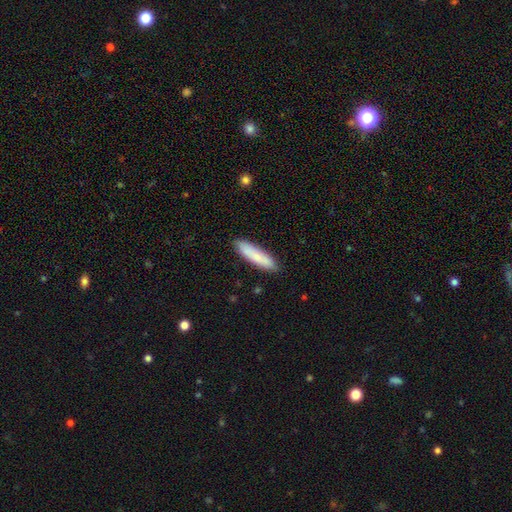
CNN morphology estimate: A smooth galaxy with no disk features (80%) that is cigar-shaped (76%). Merging: none (88%).